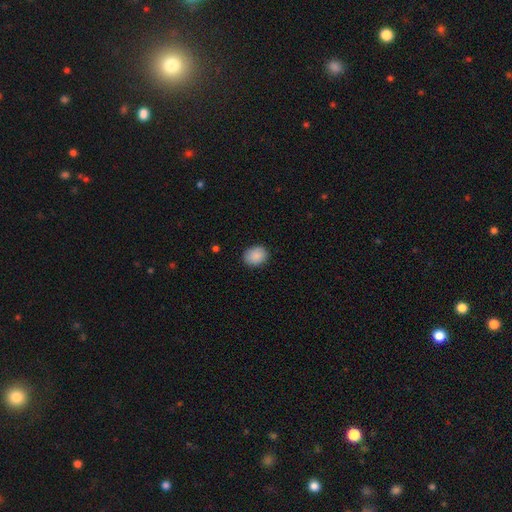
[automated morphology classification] The model was most divided on "how rounded": round: 50%, in between: 49%, cigar-shaped: 1%. More confident: smooth or featured — smooth (89%); merging — none (86%).